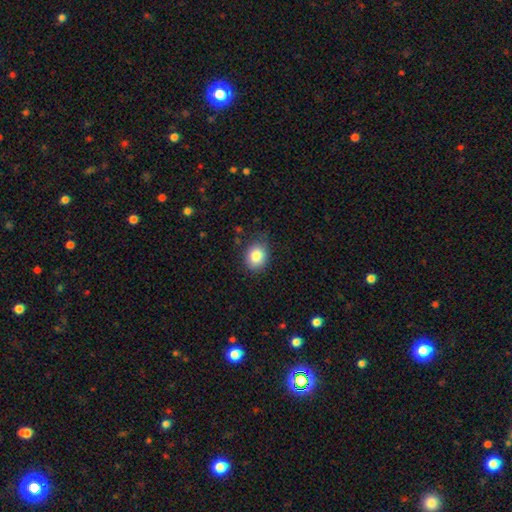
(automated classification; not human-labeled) Smooth or featured? smooth (84%)
How rounded? round (56%)
Merging? none (77%)